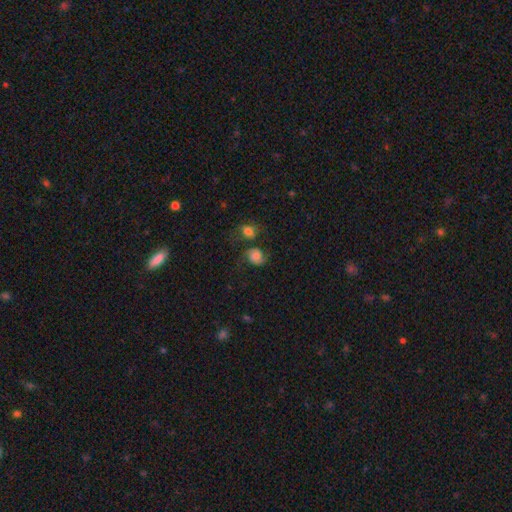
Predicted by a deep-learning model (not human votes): Morphology: type=featured or disk (45%); merging=none (49%).